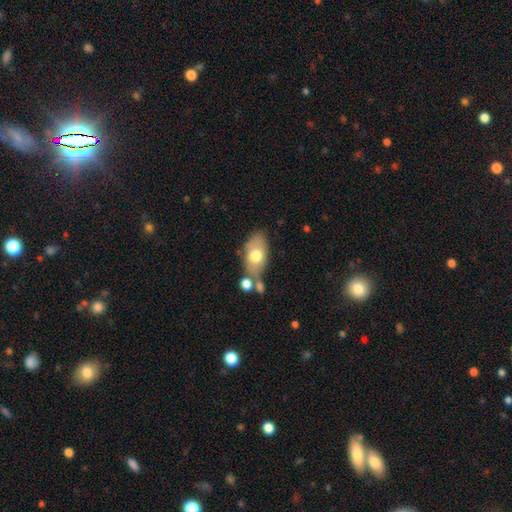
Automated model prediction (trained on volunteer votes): This appears to be a smooth galaxy with no disk features (65%) that is in between round and cigar-shaped (89%). Merging: none (52%).